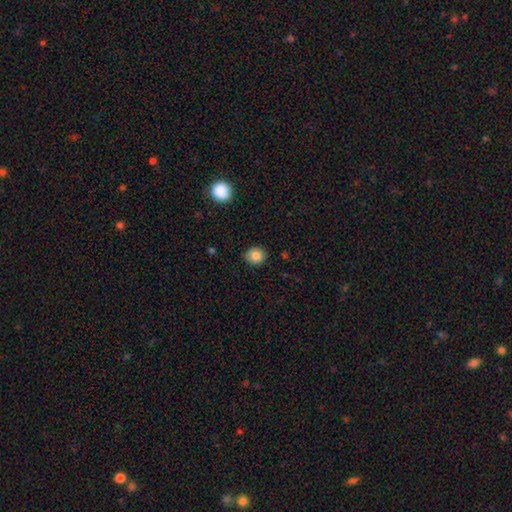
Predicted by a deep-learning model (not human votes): Q: Smooth or featured?
A: smooth (84%); runner-up: star or artifact (10%)
Q: How rounded?
A: round (79%); runner-up: in between (20%)
Q: Merging?
A: none (85%); runner-up: minor disturbance (12%)